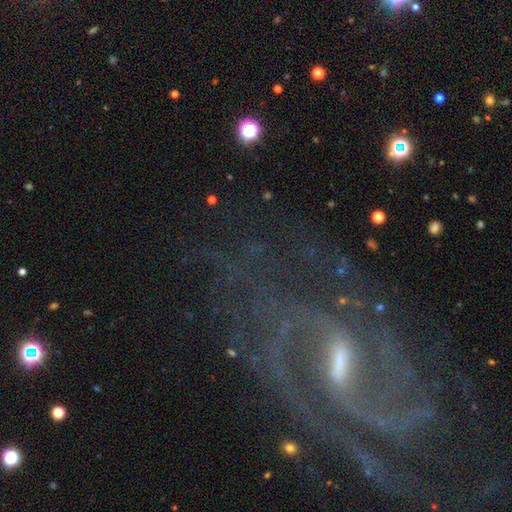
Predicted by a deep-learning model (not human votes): Smooth or featured? Predicted: featured or disk (p=0.85). Edge-on disk? Predicted: no (p=0.95). Bar? Predicted: weak (p=0.44). Spiral arms? Predicted: yes (p=0.94). Spiral winding? Predicted: medium (p=0.49). Spiral arm count? Predicted: 2 (p=0.63). Bulge size? Predicted: small (p=0.43). Merging? Predicted: none (p=0.63).